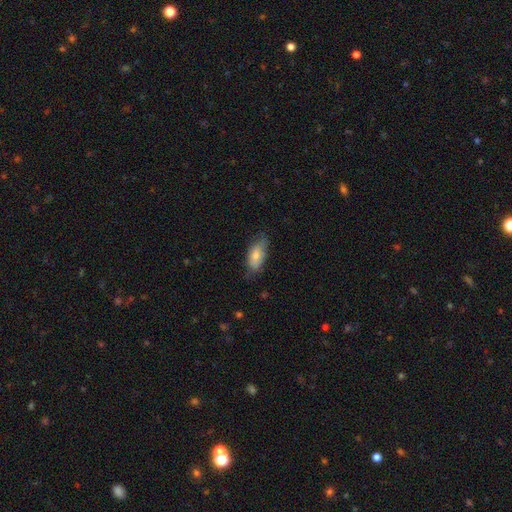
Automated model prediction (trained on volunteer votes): Overall: smooth (69%). How rounded: in between (85%). Merging: none (65%; minor disturbance 27%).